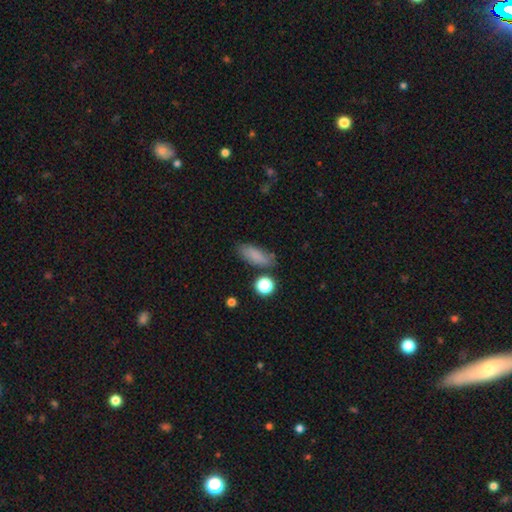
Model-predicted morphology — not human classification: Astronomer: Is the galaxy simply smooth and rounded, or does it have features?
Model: smooth — 81%.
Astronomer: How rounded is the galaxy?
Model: in between — 71%.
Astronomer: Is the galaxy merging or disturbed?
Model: none — 75%.